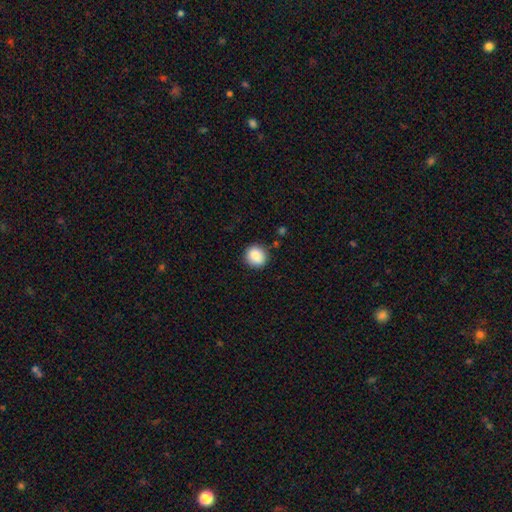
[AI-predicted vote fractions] The model was most divided on "how rounded": round: 85%, in between: 15%, cigar-shaped: 1%. More confident: smooth or featured — smooth (88%); merging — none (87%).